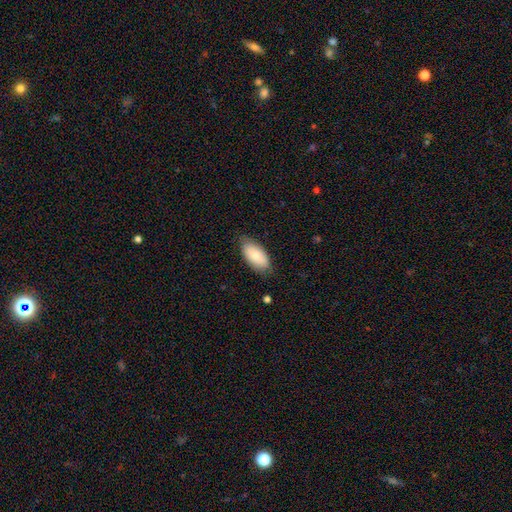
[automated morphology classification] Q: Smooth or featured?
A: smooth (76%); runner-up: featured or disk (18%)
Q: How rounded?
A: in between (93%); runner-up: cigar-shaped (4%)
Q: Merging?
A: none (77%); runner-up: minor disturbance (19%)